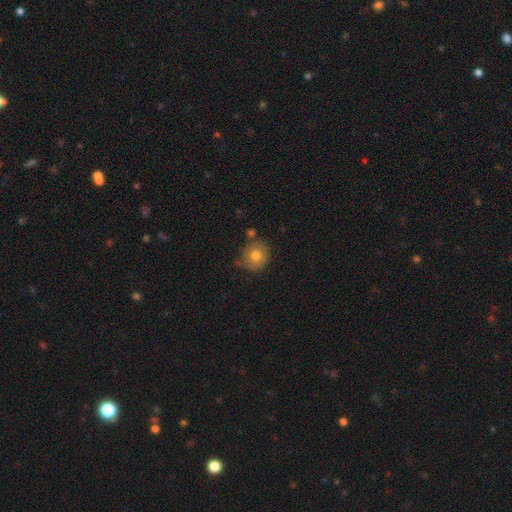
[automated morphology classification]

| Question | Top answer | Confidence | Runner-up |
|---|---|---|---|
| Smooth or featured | smooth | 77% | featured or disk (13%) |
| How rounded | round | 86% | in between (13%) |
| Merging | none | 72% | minor disturbance (17%) |